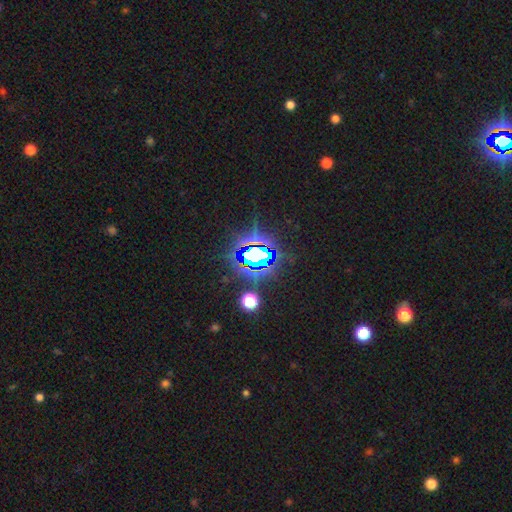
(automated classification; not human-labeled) Morphology: type=star or artifact (78%).